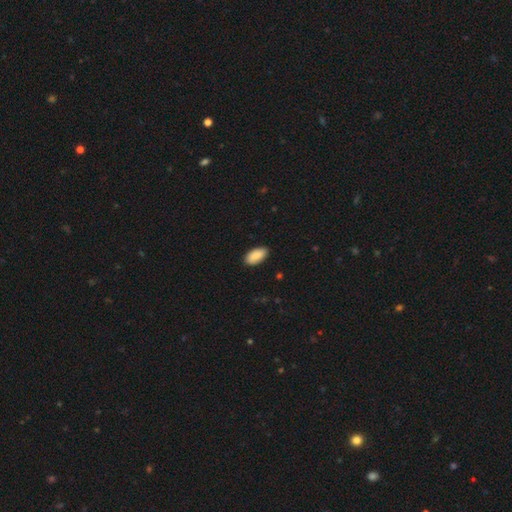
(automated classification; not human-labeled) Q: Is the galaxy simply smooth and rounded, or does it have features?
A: smooth — 89%.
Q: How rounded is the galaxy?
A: in between — 94%.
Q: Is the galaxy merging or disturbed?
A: none — 88%.